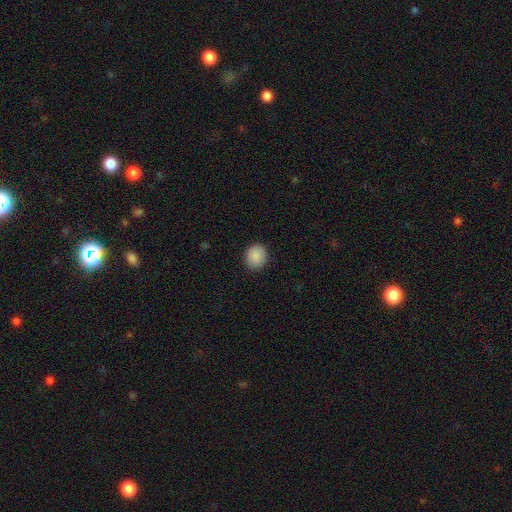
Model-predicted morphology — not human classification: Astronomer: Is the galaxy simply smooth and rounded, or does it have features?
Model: smooth — 89%.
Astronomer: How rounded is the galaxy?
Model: round — 80%.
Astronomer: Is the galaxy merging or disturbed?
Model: none — 91%.